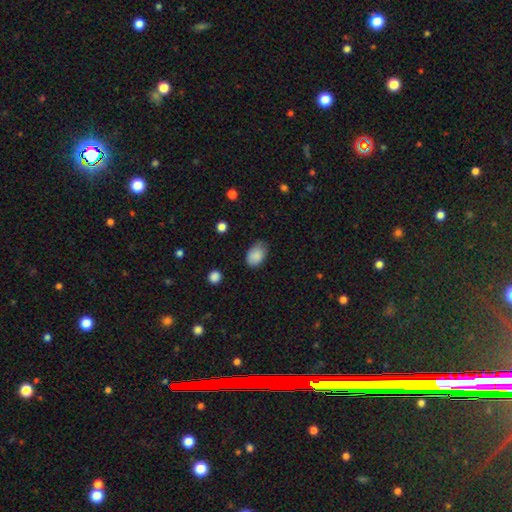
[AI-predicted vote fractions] smooth-or-featured: smooth: 88% | star or artifact: 7% | featured or disk: 5%
  how-rounded: in between: 86% | round: 13% | cigar-shaped: 1%
  merging: none: 69% | minor disturbance: 25% | major disturbance: 5% | merger: 1%